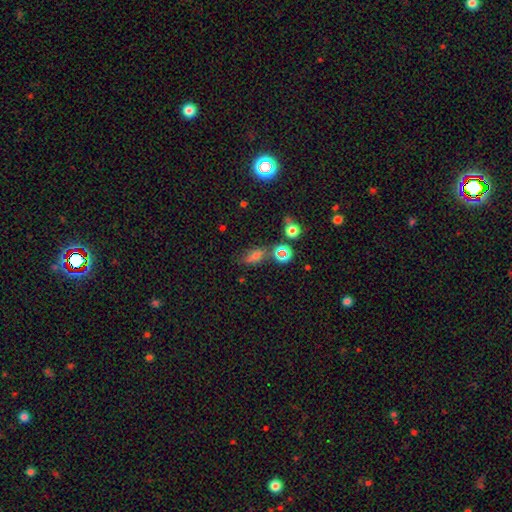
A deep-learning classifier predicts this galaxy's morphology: Smooth or featured: smooth — 56% (star or artifact — 30%)
How rounded: in between — 69% (round — 19%)
Merging: none — 64% (minor disturbance — 16%)